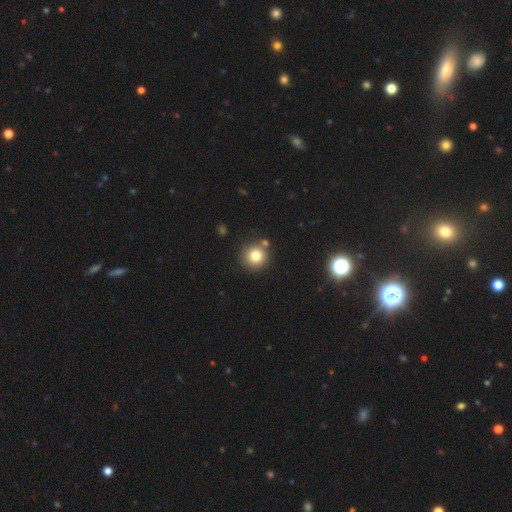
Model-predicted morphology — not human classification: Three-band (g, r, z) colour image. It shows a smooth galaxy with no disk features (79%) that is round (94%). Merging: none (78%).